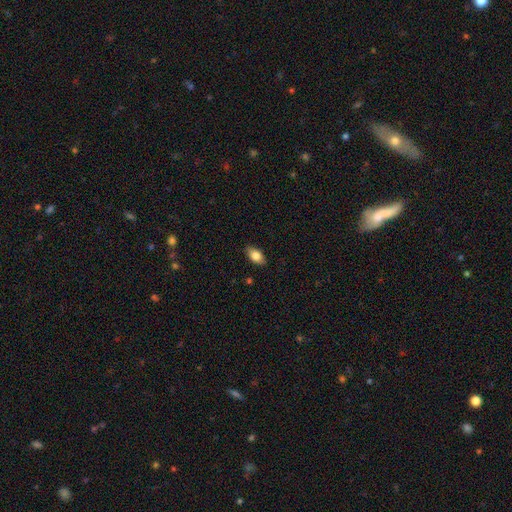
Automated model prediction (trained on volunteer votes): The model was most divided on "smooth or featured": smooth: 81%, featured or disk: 12%, star or artifact: 7%. More confident: how rounded — in between (90%); merging — none (86%).